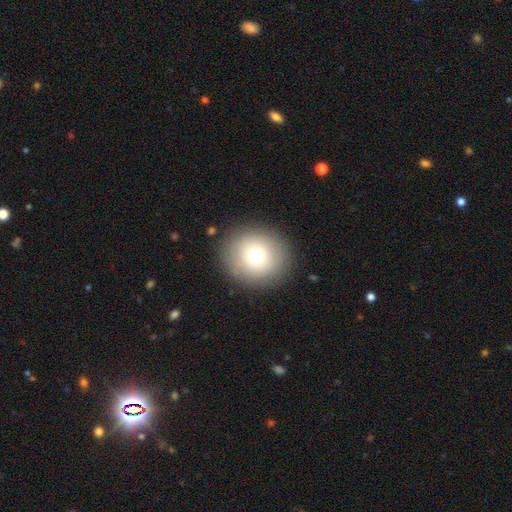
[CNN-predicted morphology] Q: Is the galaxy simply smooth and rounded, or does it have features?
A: smooth — 72%.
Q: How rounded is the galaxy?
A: round — 91%.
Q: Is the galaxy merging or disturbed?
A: none — 88%.